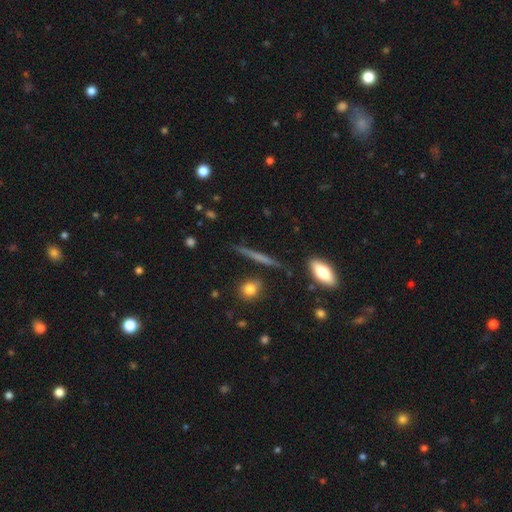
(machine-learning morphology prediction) smooth-or-featured: smooth: 50% | featured or disk: 38% | star or artifact: 12%
  how-rounded: cigar-shaped: 84% | round: 9% | in between: 7%
  merging: none: 85% | minor disturbance: 10% | major disturbance: 2% | merger: 2%